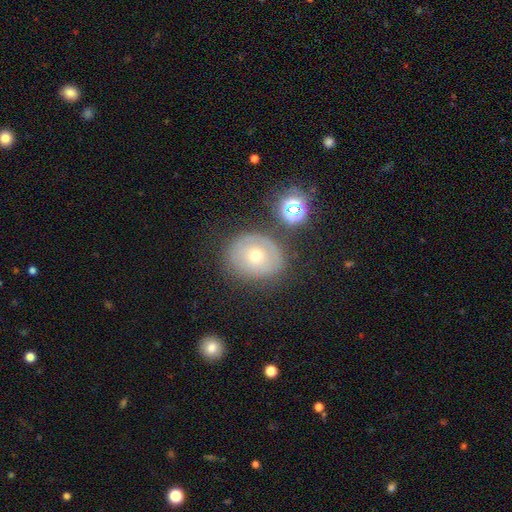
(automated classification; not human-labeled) Smooth or featured: smooth — 47% (featured or disk — 40%)
Merging: none — 70% (minor disturbance — 17%)